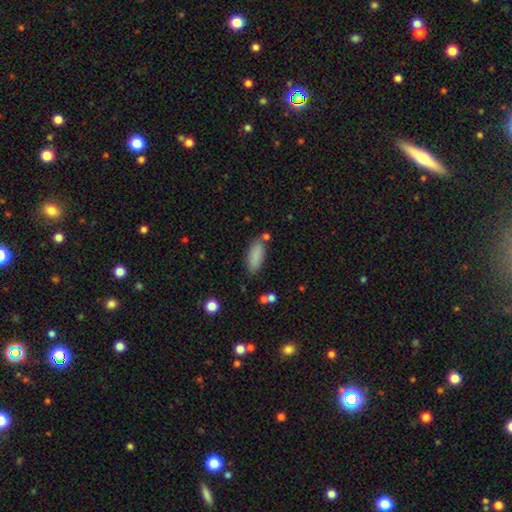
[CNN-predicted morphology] This appears to be a smooth galaxy with no disk features (86%) that is in between round and cigar-shaped (77%). Merging: none (76%).